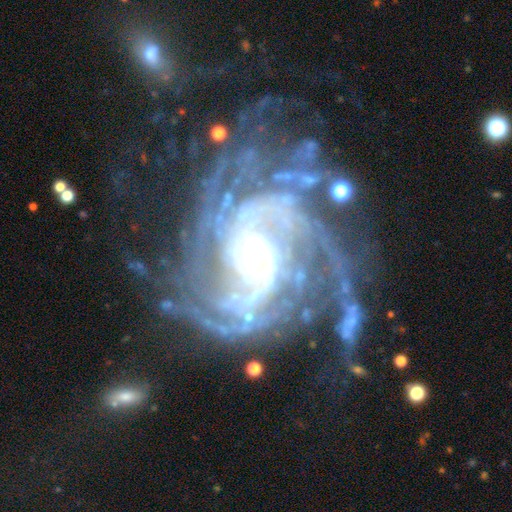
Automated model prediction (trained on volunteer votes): featured or disk 92%, star or artifact 6%, smooth 3%. Down the decision tree: edge-on disk — no (98%); bar — no (59%); spiral arms — yes (98%); spiral arm count — can't tell (20%, tied with 2); spiral winding — tight (62%); bulge size — small (50%); merging — none (59%).